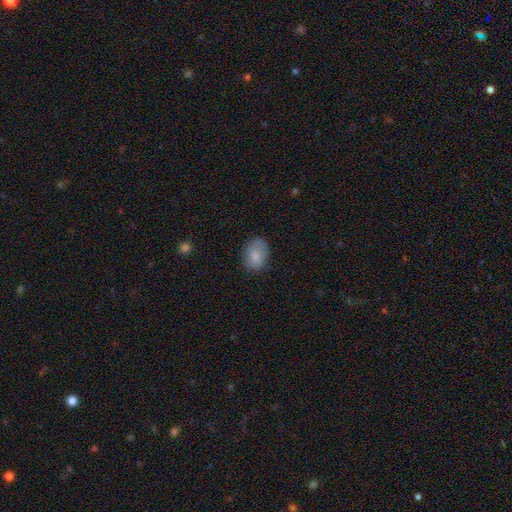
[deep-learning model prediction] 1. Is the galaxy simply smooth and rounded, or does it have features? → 82% smooth, 11% featured or disk, 7% star or artifact.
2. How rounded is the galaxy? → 77% in between, 22% round, 1% cigar-shaped.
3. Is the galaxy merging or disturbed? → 75% none, 19% minor disturbance, 5% major disturbance, 1% merger.